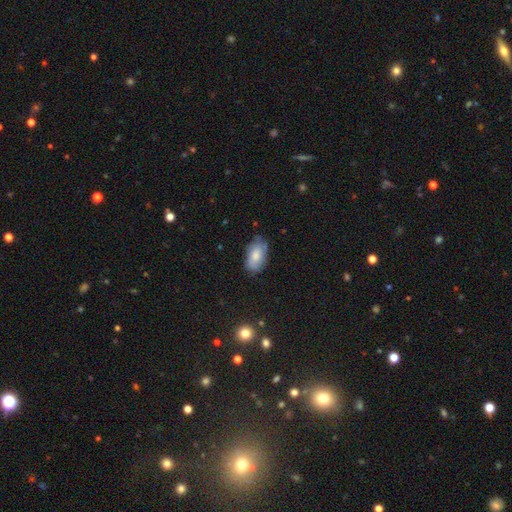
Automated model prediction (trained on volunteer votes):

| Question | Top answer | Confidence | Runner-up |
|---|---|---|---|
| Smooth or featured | smooth | 69% | featured or disk (23%) |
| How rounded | in between | 93% | round (5%) |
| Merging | none | 70% | minor disturbance (24%) |